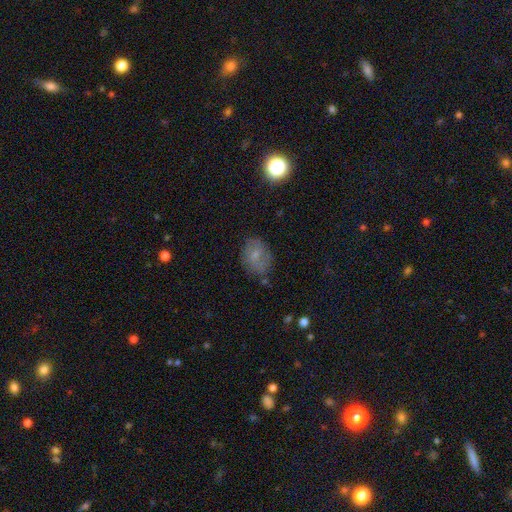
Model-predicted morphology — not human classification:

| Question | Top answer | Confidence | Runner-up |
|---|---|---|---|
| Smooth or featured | smooth | 62% | featured or disk (27%) |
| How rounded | in between | 63% | round (35%) |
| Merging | none | 68% | minor disturbance (22%) |